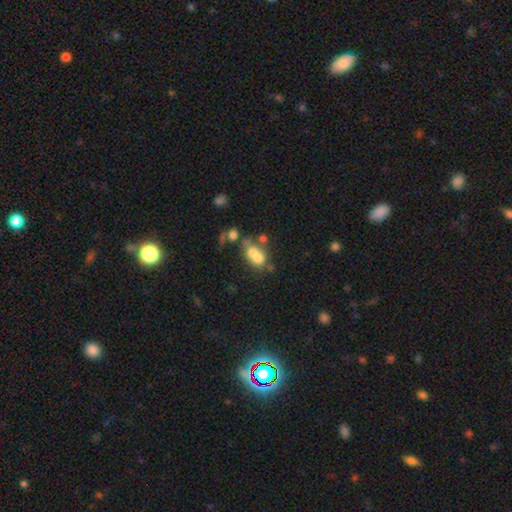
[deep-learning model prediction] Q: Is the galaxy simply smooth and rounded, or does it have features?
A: smooth — 59%.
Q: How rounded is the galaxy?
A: in between — 54%.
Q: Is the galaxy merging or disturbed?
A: merger — 57%.